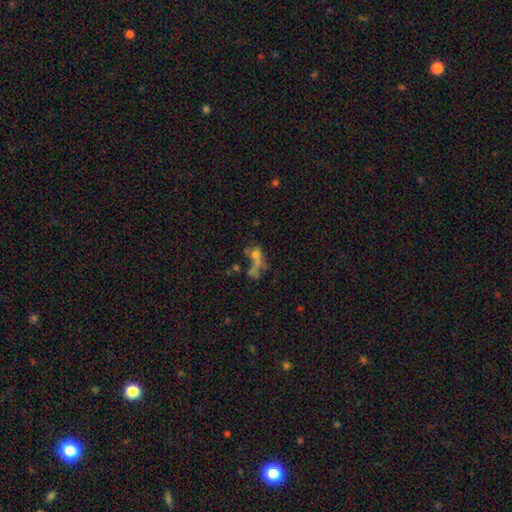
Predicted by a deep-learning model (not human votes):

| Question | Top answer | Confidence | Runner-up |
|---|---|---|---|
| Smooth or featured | featured or disk | 38% | smooth (35%) |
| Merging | merger | 40% | none (27%) |